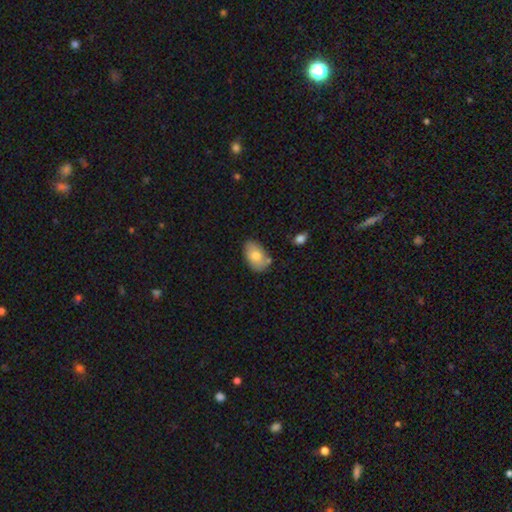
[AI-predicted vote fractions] Morphology: type=smooth (77%); roundness=in between (91%); merging=none (74%).